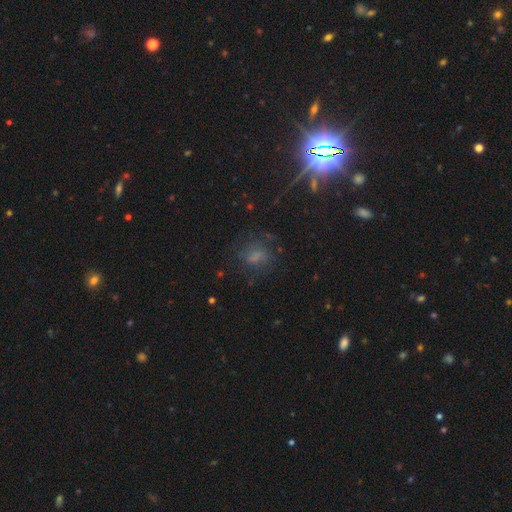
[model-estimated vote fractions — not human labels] Smooth or featured? smooth (49%)
Merging? none (61%)